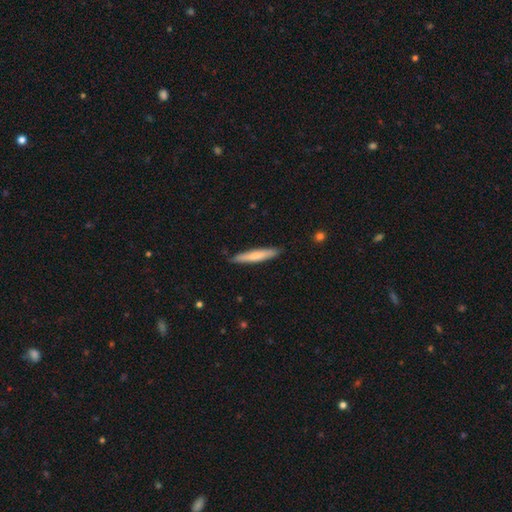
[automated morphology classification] This appears to be a smooth galaxy with no disk features (68%) that is cigar-shaped (92%). Merging: none (88%).